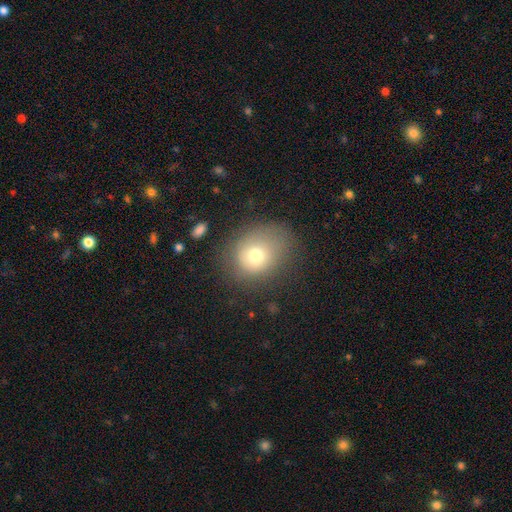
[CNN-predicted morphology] Smooth or featured: smooth — 71% (featured or disk — 16%)
How rounded: round — 59% (in between — 40%)
Merging: none — 60% (minor disturbance — 25%)